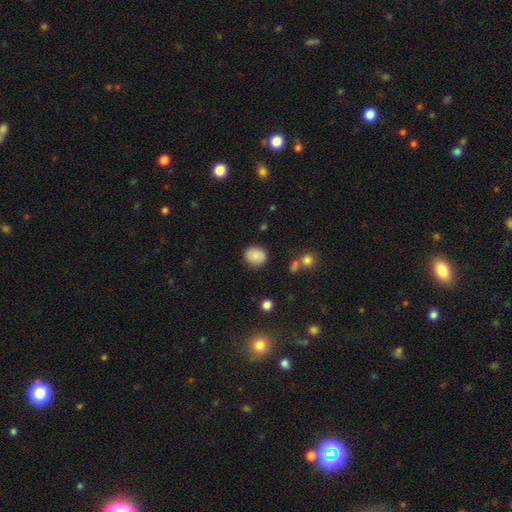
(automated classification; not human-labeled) smooth_or_featured: smooth (p=0.83) [alt: featured or disk p=0.09]
how_rounded: round (p=0.77) [alt: in between p=0.22]
merging: none (p=0.85) [alt: minor disturbance p=0.10]